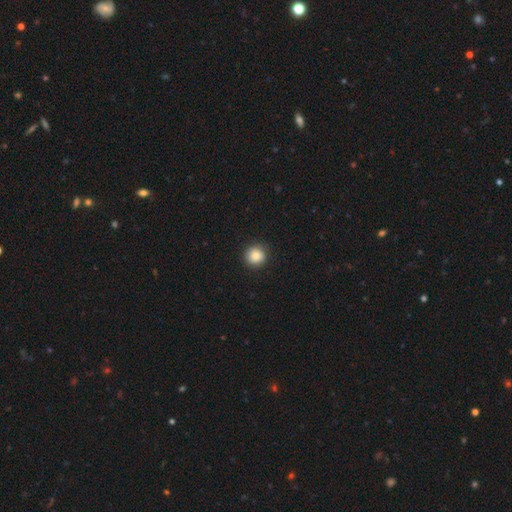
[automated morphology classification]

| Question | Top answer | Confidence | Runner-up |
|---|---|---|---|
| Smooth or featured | smooth | 86% | star or artifact (9%) |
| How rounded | round | 93% | in between (6%) |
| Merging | none | 89% | minor disturbance (8%) |